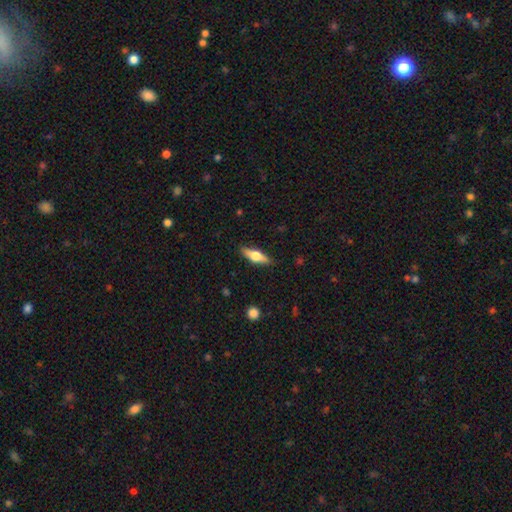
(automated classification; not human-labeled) Smooth or featured?
  - featured or disk: 51% *
  - smooth: 43%
  - star or artifact: 6%
Edge-on disk?
  - yes: 94% *
  - no: 6%
Merging?
  - none: 87% *
  - minor disturbance: 10%
  - major disturbance: 2%
  - merger: 1%